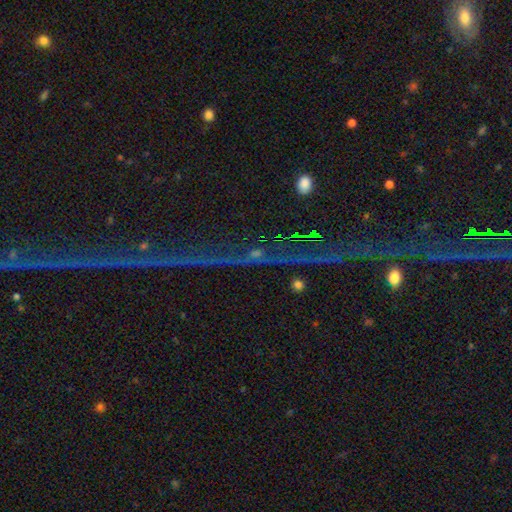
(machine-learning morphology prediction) smooth-or-featured: star or artifact: 77% | featured or disk: 15% | smooth: 9%